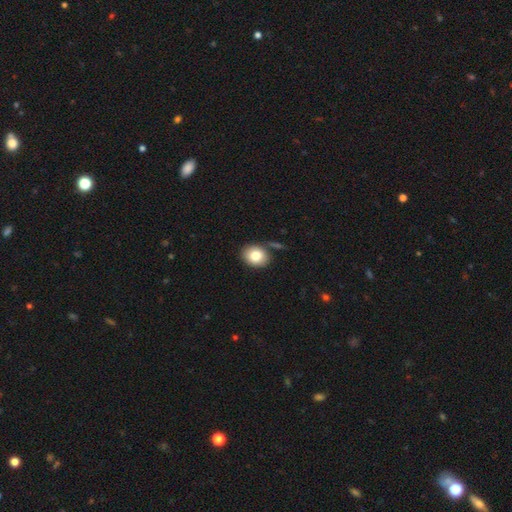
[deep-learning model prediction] Morphology: type=smooth (81%); roundness=in between (50%); merging=none (78%).